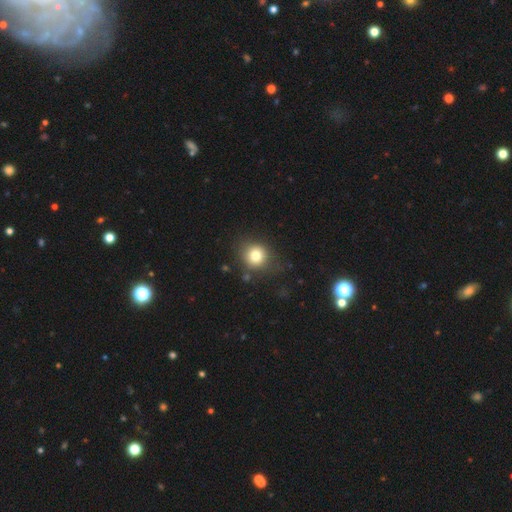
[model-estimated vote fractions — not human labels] A smooth galaxy with no disk features (79%) that is round (85%).

Vote fractions:
- Smooth or featured? smooth: 79% / star or artifact: 11% / featured or disk: 9%
- How rounded? round: 85% / in between: 14% / cigar-shaped: 1%
- Merging? none: 78% / minor disturbance: 14% / major disturbance: 5% / merger: 3%